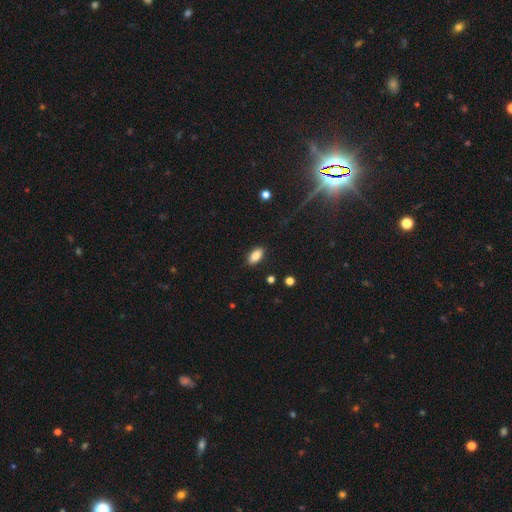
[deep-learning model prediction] Overall: smooth (84%). How rounded: in between (88%). Merging: none (87%).